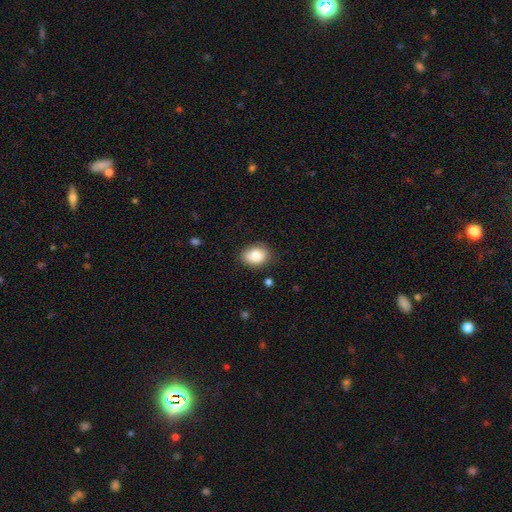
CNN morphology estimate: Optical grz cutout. It shows a smooth galaxy with no disk features (86%) that is in between round and cigar-shaped (65%). Merging: none (78%).